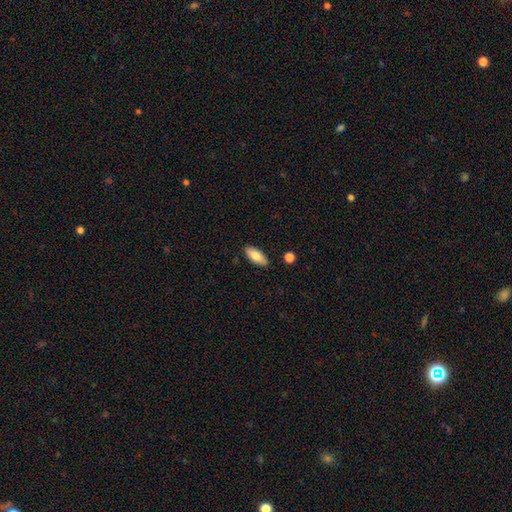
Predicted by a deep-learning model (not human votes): Smooth or featured? smooth (80%)
How rounded? in between (84%)
Merging? none (87%)